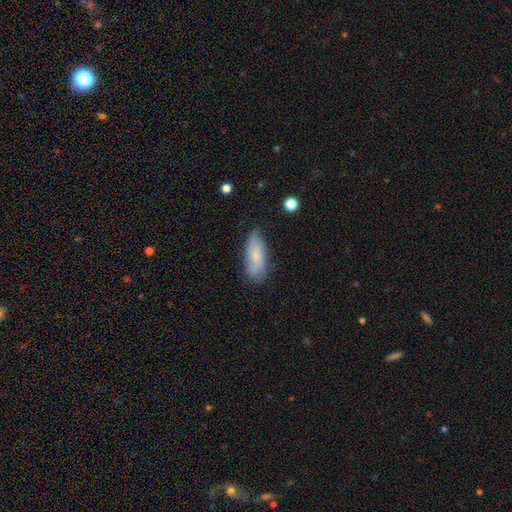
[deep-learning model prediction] Smooth or featured?
  - smooth: 70% *
  - featured or disk: 23%
  - star or artifact: 7%
How rounded?
  - in between: 73% *
  - cigar-shaped: 25%
  - round: 2%
Merging?
  - none: 73% *
  - minor disturbance: 22%
  - major disturbance: 4%
  - merger: 2%